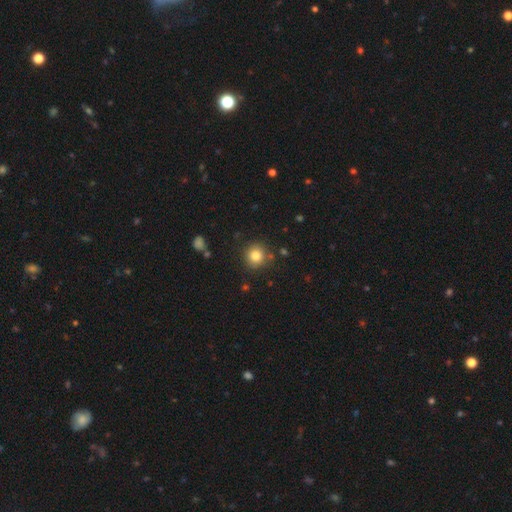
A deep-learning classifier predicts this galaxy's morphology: Q: Smooth or featured?
A: smooth (82%); runner-up: star or artifact (11%)
Q: How rounded?
A: round (89%); runner-up: in between (10%)
Q: Merging?
A: none (85%); runner-up: minor disturbance (9%)